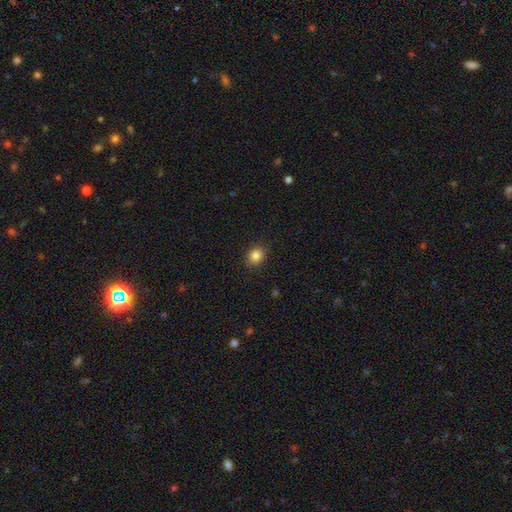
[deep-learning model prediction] smooth 84%, star or artifact 11%, featured or disk 5%. Down the decision tree: how rounded — round (61%); merging — none (89%).